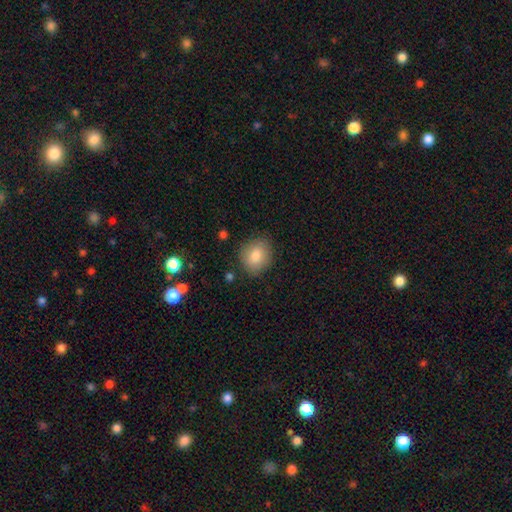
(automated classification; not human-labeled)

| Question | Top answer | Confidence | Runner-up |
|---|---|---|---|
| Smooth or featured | smooth | 83% | star or artifact (8%) |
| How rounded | round | 65% | in between (34%) |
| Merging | none | 84% | minor disturbance (11%) |